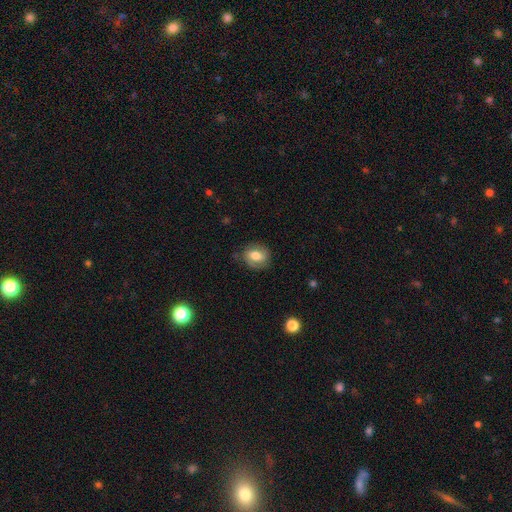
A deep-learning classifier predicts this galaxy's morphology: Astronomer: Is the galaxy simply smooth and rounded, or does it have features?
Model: smooth — 59%.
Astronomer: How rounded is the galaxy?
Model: in between — 50% (runner-up: round, 49%).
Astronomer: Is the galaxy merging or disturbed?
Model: none — 74%.